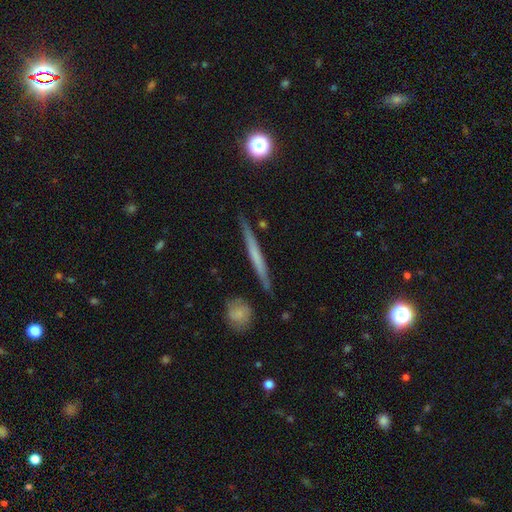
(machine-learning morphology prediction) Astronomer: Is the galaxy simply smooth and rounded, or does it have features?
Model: featured or disk — 50% (runner-up: smooth, 43%).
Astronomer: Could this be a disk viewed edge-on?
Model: yes — 96%.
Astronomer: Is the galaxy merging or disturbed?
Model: none — 87%.